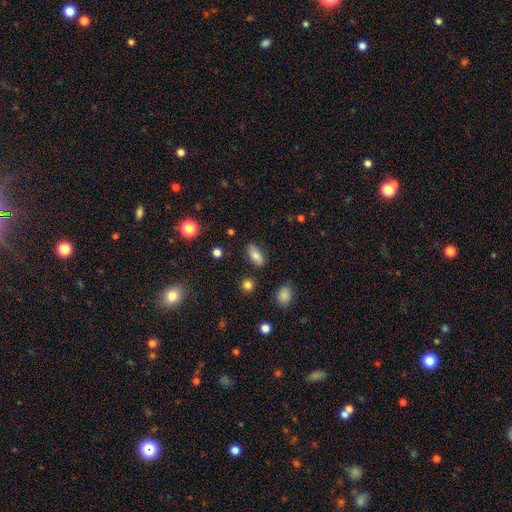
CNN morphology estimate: Q: Smooth or featured?
A: smooth (80%); runner-up: featured or disk (11%)
Q: How rounded?
A: in between (86%); runner-up: cigar-shaped (9%)
Q: Merging?
A: none (83%); runner-up: minor disturbance (12%)